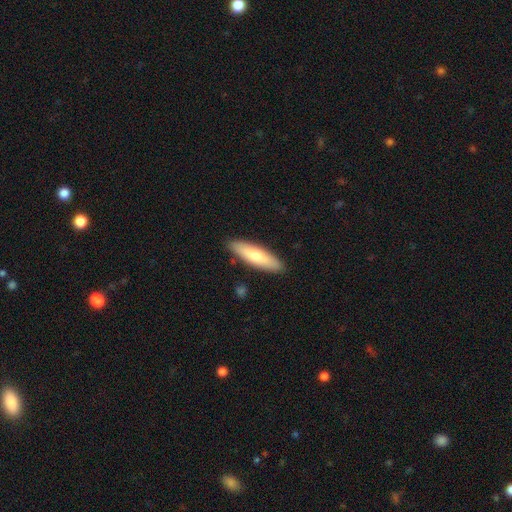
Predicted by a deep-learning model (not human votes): Smooth or featured? smooth (70%)
How rounded? cigar-shaped (62%)
Merging? none (88%)